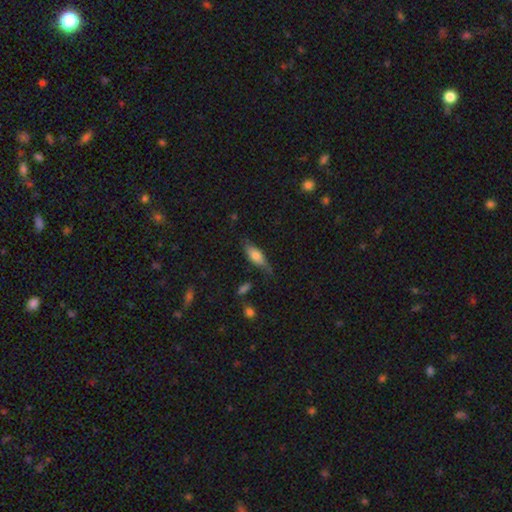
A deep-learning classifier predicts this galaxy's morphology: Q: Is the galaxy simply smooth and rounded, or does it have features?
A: smooth — 71%.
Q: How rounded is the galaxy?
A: in between — 74%.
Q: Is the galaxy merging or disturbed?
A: none — 65%.